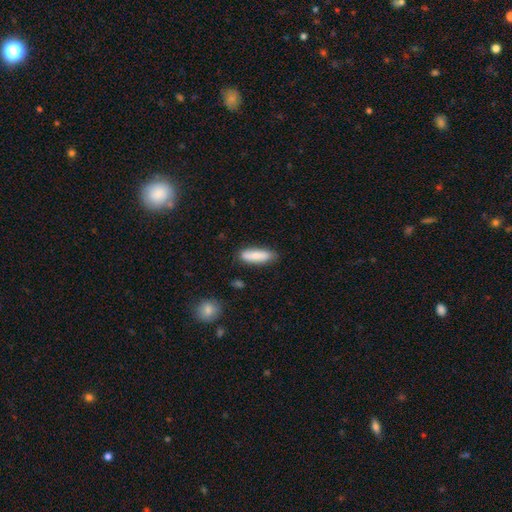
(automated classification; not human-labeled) The model was most divided on "how rounded" (2-way tie): in between: 49%, cigar-shaped: 49%, round: 2%. More confident: smooth or featured — smooth (82%); merging — none (81%).